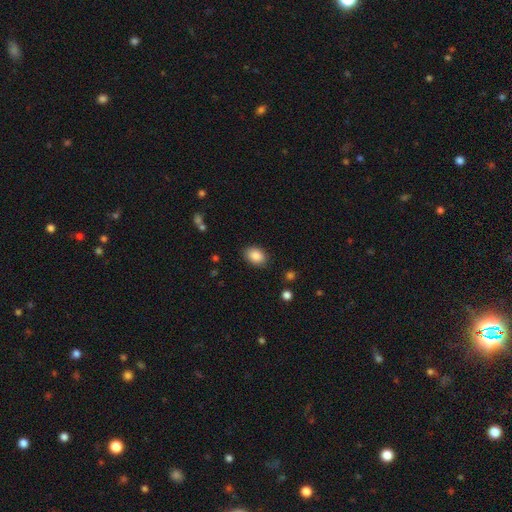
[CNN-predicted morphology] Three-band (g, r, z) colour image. It shows a smooth galaxy with no disk features (88%) that is in between round and cigar-shaped (78%). Merging: none (87%).